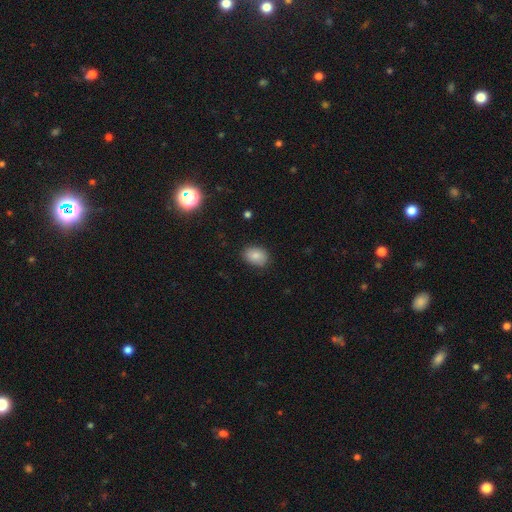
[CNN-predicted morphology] A smooth galaxy with no disk features (85%) that is in between round and cigar-shaped (75%). Merging: none (84%).